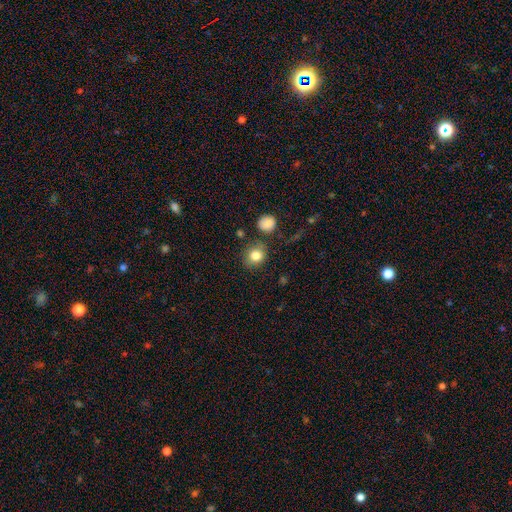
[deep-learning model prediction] Q: Smooth or featured?
A: smooth (83%); runner-up: star or artifact (10%)
Q: How rounded?
A: round (73%); runner-up: in between (26%)
Q: Merging?
A: none (77%); runner-up: minor disturbance (13%)